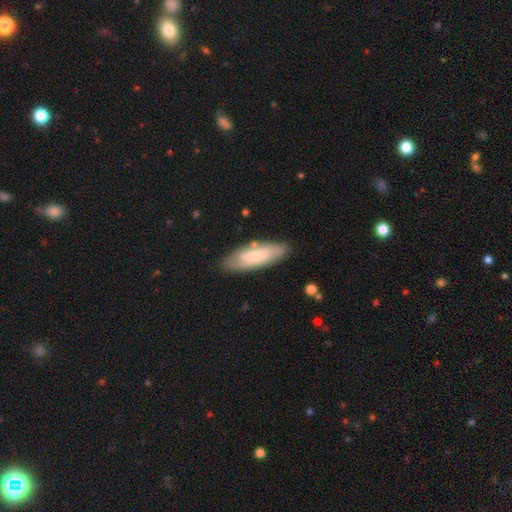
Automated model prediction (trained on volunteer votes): A smooth galaxy with no disk features (65%) that is in between round and cigar-shaped (55%).

Vote fractions:
- Smooth or featured? smooth: 65% / featured or disk: 30% / star or artifact: 6%
- How rounded? in between: 55% / cigar-shaped: 43% / round: 2%
- Merging? none: 80% / minor disturbance: 13% / merger: 4% / major disturbance: 3%